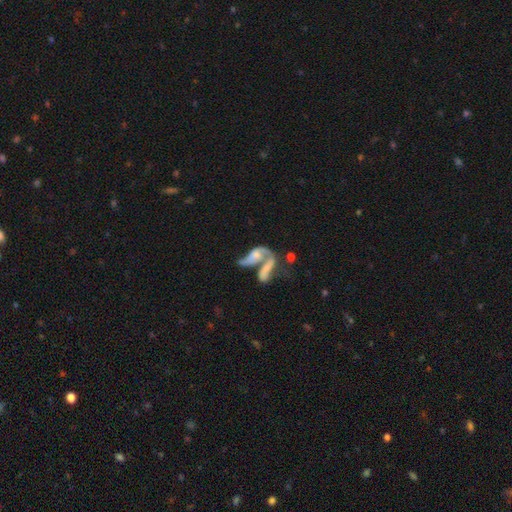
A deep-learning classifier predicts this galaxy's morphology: Smooth or featured: featured or disk — 63% (smooth — 29%)
Edge-on disk: no — 91% (yes — 9%)
Bar: no — 67% (weak — 24%)
Spiral arms: yes — 66% (no — 34%)
Bulge size: small — 35% (moderate — 31%)
Merging: merger — 68% (major disturbance — 15%)